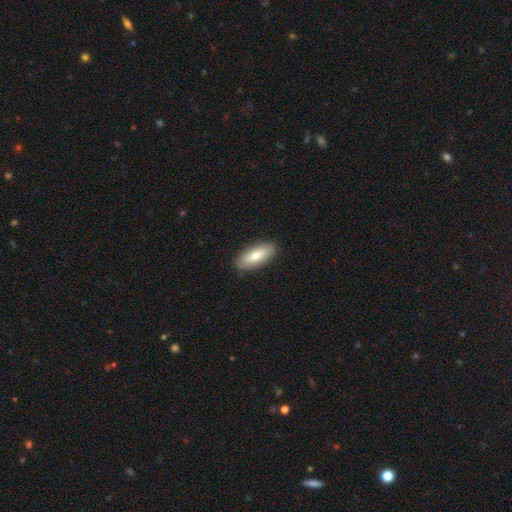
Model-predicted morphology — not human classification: This is likely a smooth galaxy (73%). How rounded: likely in between (80%). Merging: clearly none (89%).